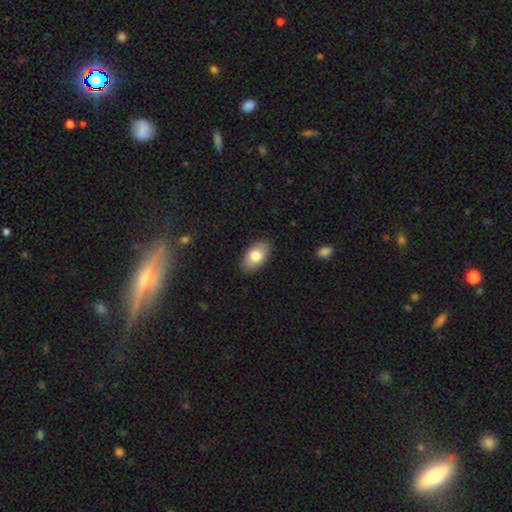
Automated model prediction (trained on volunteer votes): Smooth or featured: smooth — 79% (featured or disk — 15%)
How rounded: in between — 93% (round — 5%)
Merging: none — 88% (minor disturbance — 9%)